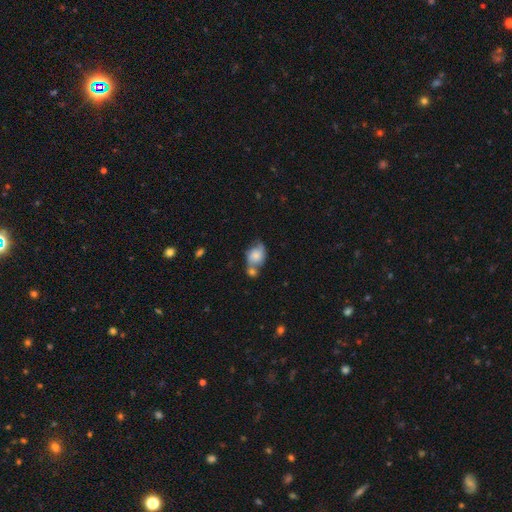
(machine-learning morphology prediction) A smooth galaxy with no disk features (58%) that is in between round and cigar-shaped (64%). Merging: merger (43%).